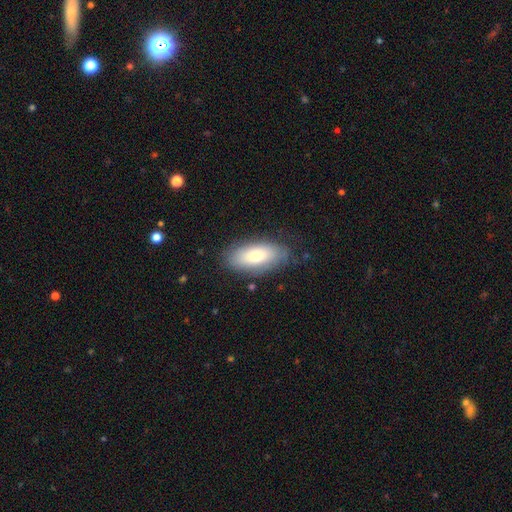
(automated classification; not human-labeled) This appears to be a smooth galaxy with no disk features (73%) that is in between round and cigar-shaped (87%). Merging: none (79%).